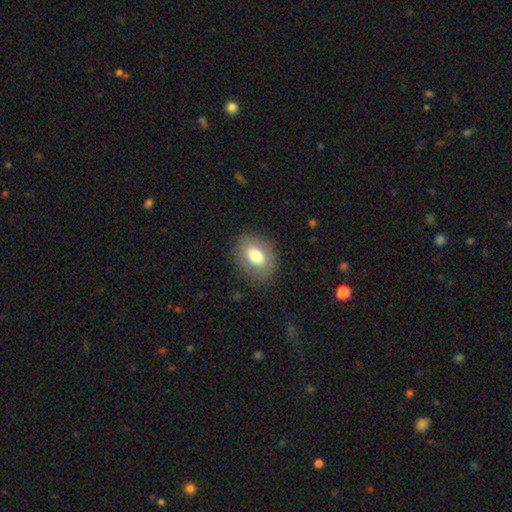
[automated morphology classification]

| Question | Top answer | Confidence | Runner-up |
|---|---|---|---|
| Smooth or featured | smooth | 71% | featured or disk (21%) |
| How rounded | in between | 78% | round (21%) |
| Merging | none | 82% | minor disturbance (12%) |